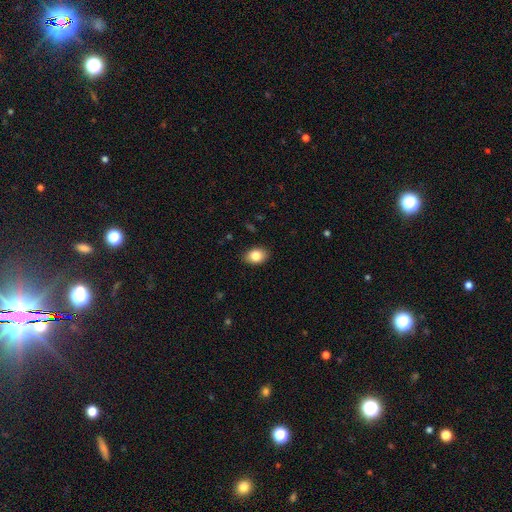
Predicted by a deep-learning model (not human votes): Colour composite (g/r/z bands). It shows a smooth galaxy with no disk features (83%) that is in between round and cigar-shaped (81%). Merging: none (87%).